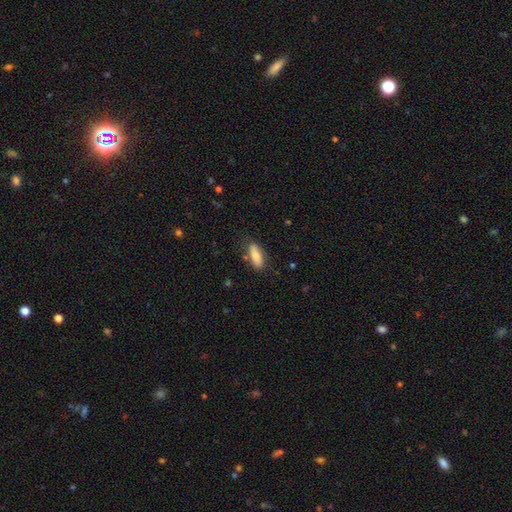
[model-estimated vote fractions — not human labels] Smooth or featured? Predicted: smooth (p=0.78). How rounded? Predicted: in between (p=0.75). Merging? Predicted: none (p=0.78).